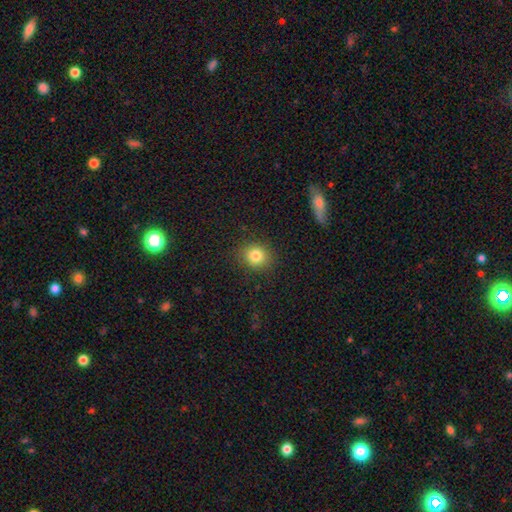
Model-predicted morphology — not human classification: A smooth galaxy with no disk features (82%) that is round (79%). Merging: none (87%).